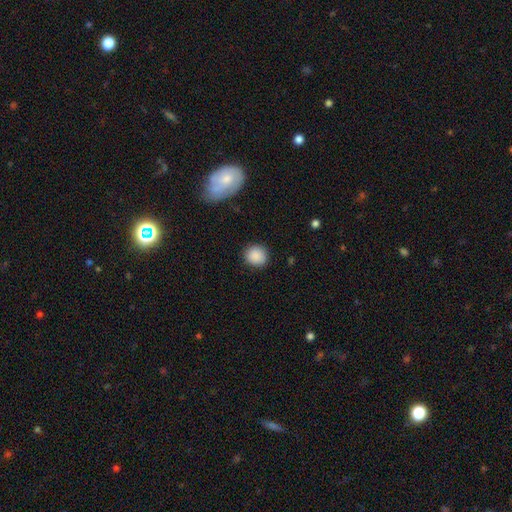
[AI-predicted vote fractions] Overall: smooth (89%). How rounded: round (86%). Merging: none (89%).